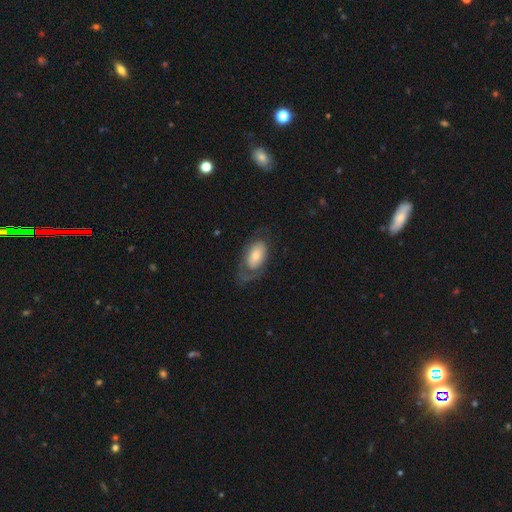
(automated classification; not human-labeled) The model was most divided on "smooth or featured": smooth: 54%, featured or disk: 40%, star or artifact: 6%. More confident: how rounded — in between (92%); merging — none (52%).